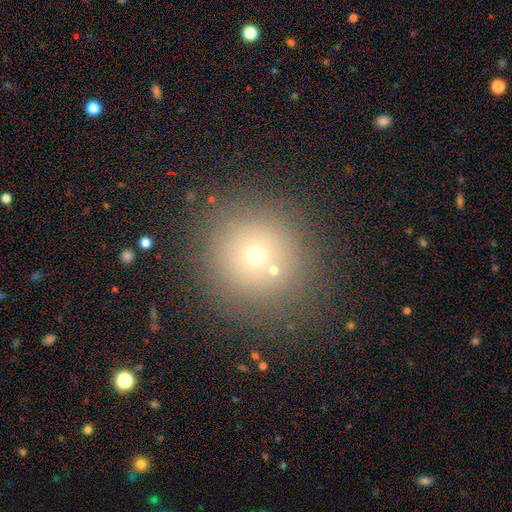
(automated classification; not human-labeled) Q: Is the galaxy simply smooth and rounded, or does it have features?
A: smooth — 62%.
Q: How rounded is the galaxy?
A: round — 94%.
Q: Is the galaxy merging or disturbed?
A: none — 78%.